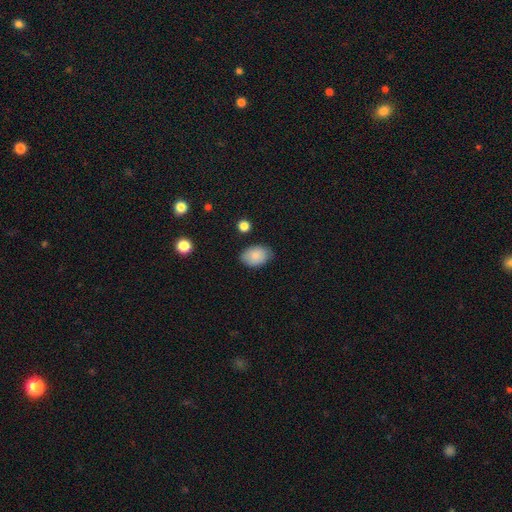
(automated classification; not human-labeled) Q: Smooth or featured?
A: smooth (85%); runner-up: star or artifact (7%)
Q: How rounded?
A: in between (82%); runner-up: round (17%)
Q: Merging?
A: none (77%); runner-up: minor disturbance (18%)